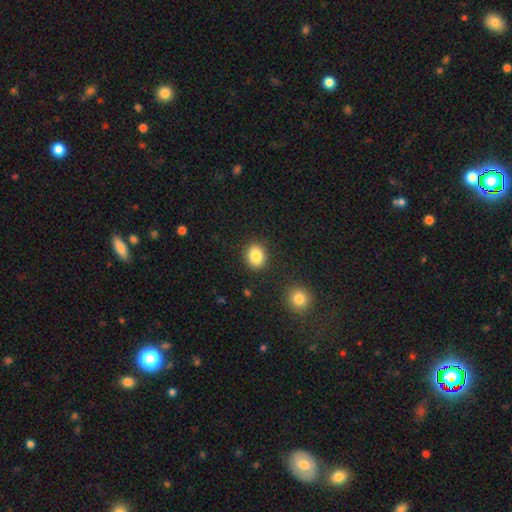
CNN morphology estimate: This is clearly a smooth galaxy (85%). How rounded: likely round (63%). Merging: clearly none (88%).